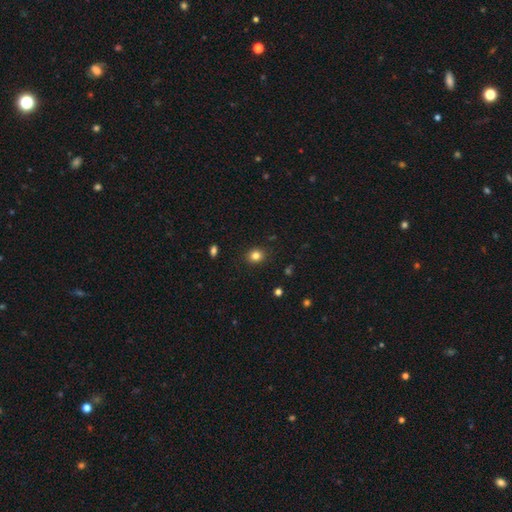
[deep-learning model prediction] Smooth or featured? smooth (83%)
How rounded? round (71%)
Merging? none (89%)